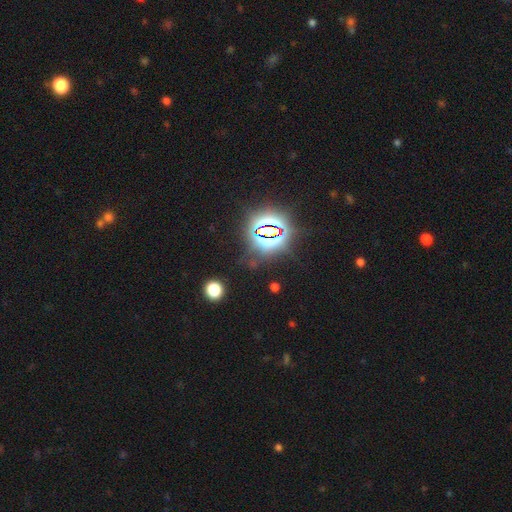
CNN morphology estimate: A star or artifact, not a galaxy (82%).